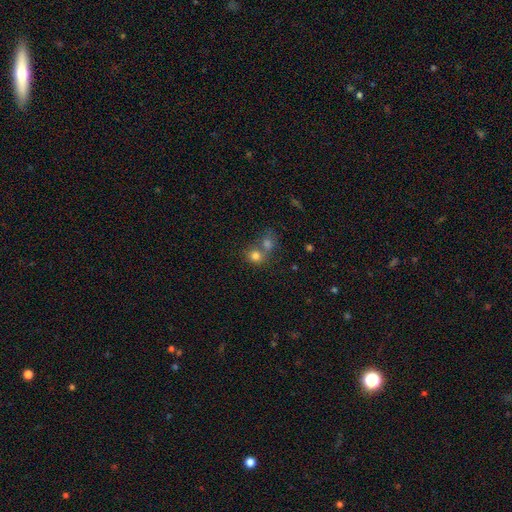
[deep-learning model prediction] Q: Smooth or featured?
A: smooth (77%); runner-up: star or artifact (13%)
Q: How rounded?
A: round (76%); runner-up: in between (22%)
Q: Merging?
A: merger (50%); runner-up: none (39%)